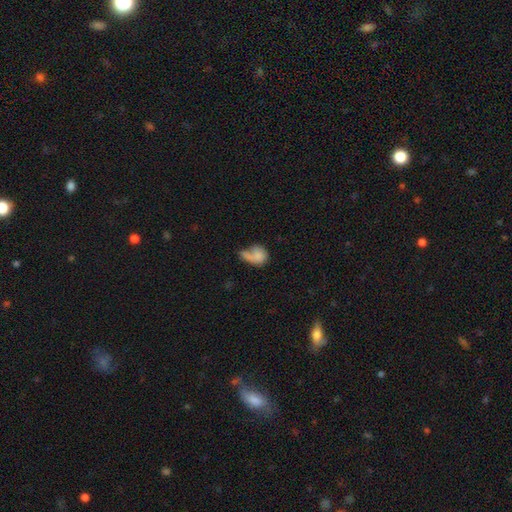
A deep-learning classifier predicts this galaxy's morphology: A smooth galaxy with no disk features (65%) that is in between round and cigar-shaped (59%).

Vote fractions:
- Smooth or featured? smooth: 65% / featured or disk: 26% / star or artifact: 9%
- How rounded? in between: 59% / round: 39% / cigar-shaped: 2%
- Merging? major disturbance: 32% / none: 29% / minor disturbance: 20% / merger: 19%